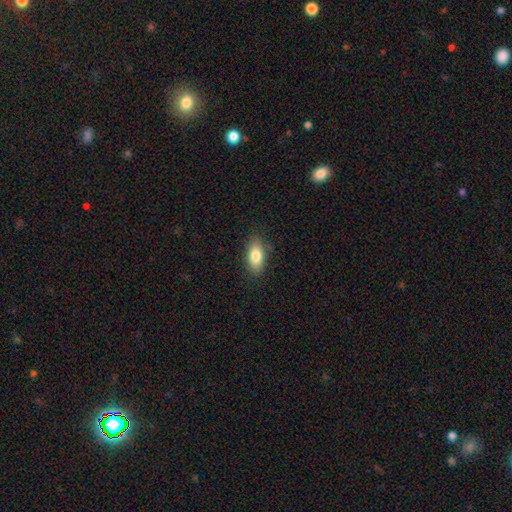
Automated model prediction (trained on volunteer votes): Smooth or featured? smooth (82%)
How rounded? in between (87%)
Merging? none (85%)